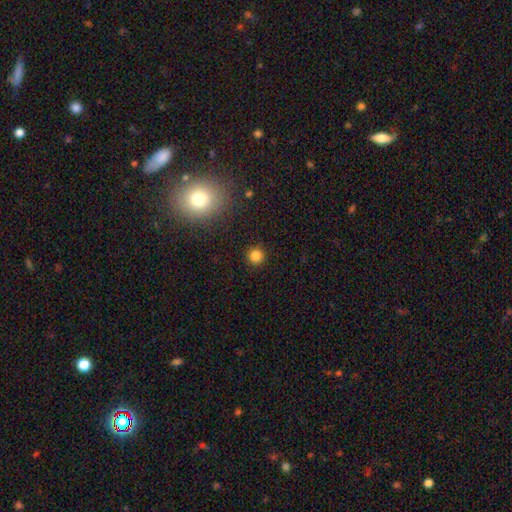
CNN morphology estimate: The model was most divided on "smooth or featured": smooth: 82%, star or artifact: 13%, featured or disk: 4%. More confident: how rounded — round (95%); merging — none (91%).